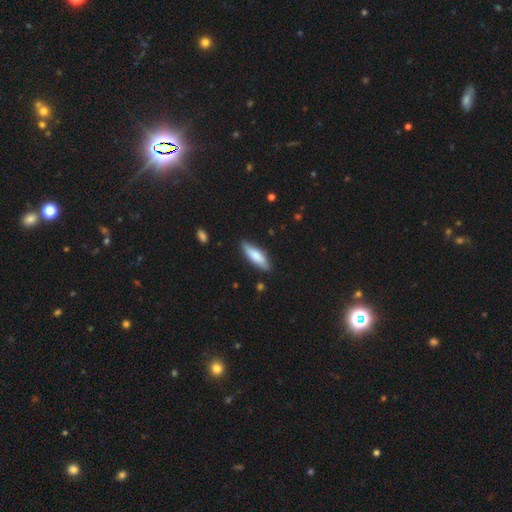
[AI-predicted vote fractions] Smooth or featured? smooth (77%)
How rounded? in between (50%)
Merging? none (82%)